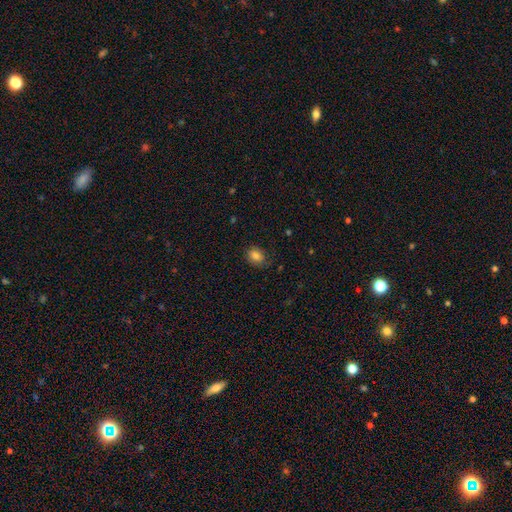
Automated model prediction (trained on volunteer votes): Smooth or featured?
  - smooth: 82% *
  - star or artifact: 10%
  - featured or disk: 8%
How rounded?
  - in between: 58% *
  - round: 41%
  - cigar-shaped: 1%
Merging?
  - none: 79% *
  - minor disturbance: 16%
  - major disturbance: 4%
  - merger: 1%